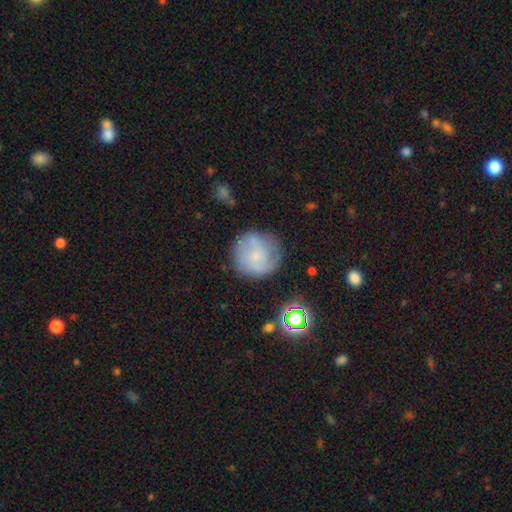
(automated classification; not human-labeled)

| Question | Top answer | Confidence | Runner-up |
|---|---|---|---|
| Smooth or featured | smooth | 45% | tied: featured or disk (45%) |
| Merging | none | 70% | minor disturbance (18%) |